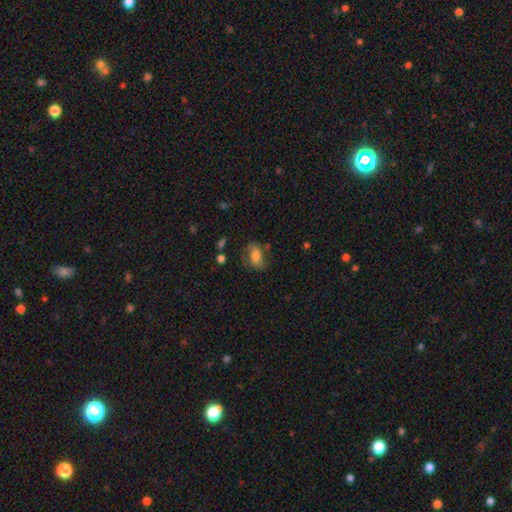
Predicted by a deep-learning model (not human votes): The model was most divided on "smooth or featured": smooth: 56%, featured or disk: 35%, star or artifact: 9%. More confident: how rounded — in between (83%); merging — none (61%).